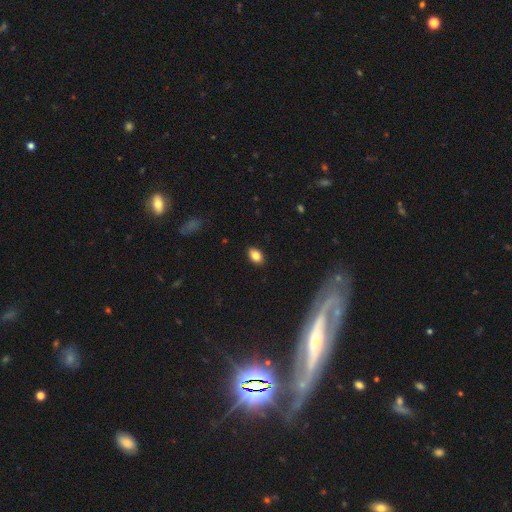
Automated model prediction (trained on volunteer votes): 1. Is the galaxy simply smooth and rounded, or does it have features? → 85% smooth, 9% star or artifact, 7% featured or disk.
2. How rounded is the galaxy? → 86% in between, 13% round, 2% cigar-shaped.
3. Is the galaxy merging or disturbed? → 88% none, 10% minor disturbance, 2% major disturbance, 1% merger.